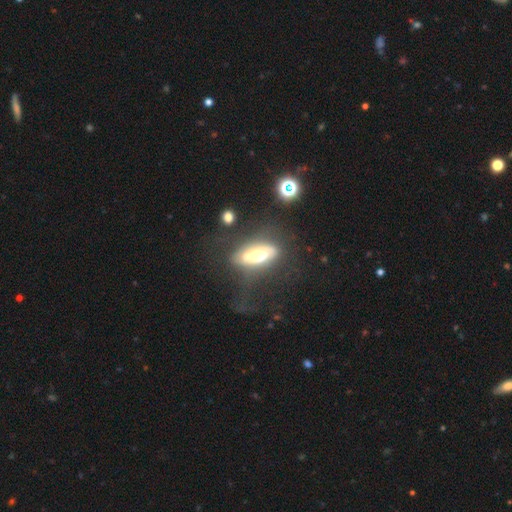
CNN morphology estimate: This is possibly a featured or disk galaxy (49%). Merging: possibly none (48%).